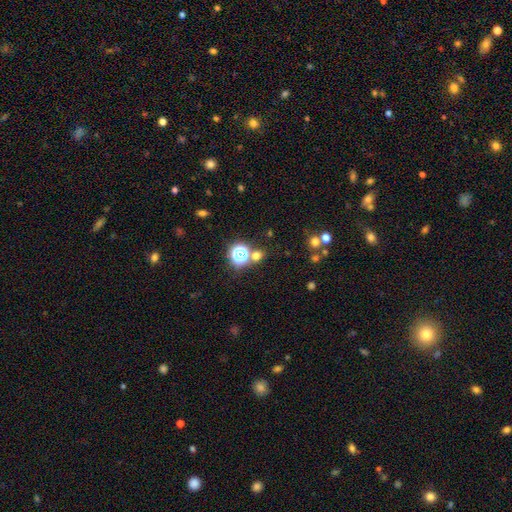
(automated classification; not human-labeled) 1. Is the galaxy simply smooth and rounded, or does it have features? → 60% smooth, 33% star or artifact, 7% featured or disk.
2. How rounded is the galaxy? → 80% round, 18% in between, 1% cigar-shaped.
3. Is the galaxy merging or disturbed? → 71% none, 17% merger, 8% minor disturbance, 4% major disturbance.